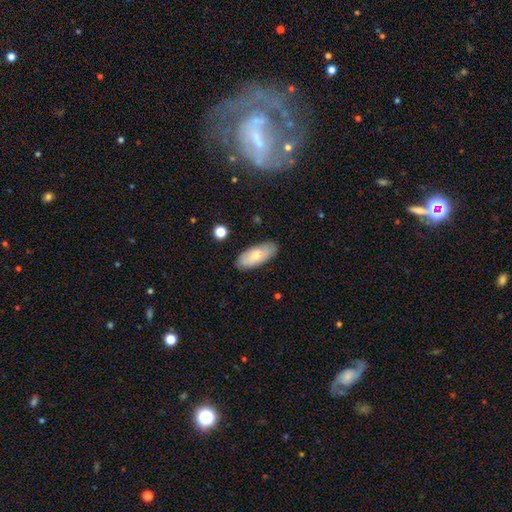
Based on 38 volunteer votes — Smooth or featured?
  - smooth: 58% *
  - featured or disk: 34%
  - star or artifact: 8%
How rounded?
  - in between: 95% *
  - cigar-shaped: 5%
  - round: 0%
Merging?
  - none: 86% *
  - major disturbance: 9%
  - minor disturbance: 6%
  - merger: 0%